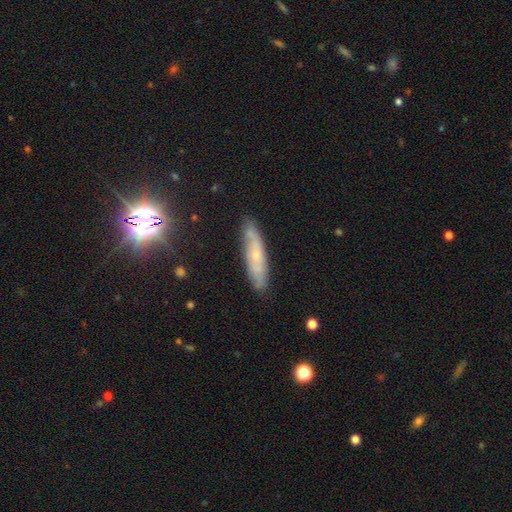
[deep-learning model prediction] Smooth or featured? Predicted: featured or disk (p=0.53). Edge-on disk? Predicted: no (p=0.54). Merging? Predicted: none (p=0.81).